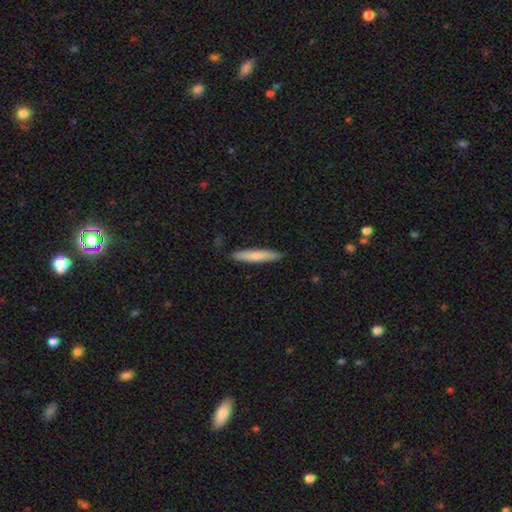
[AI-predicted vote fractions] Smooth or featured? Predicted: smooth (p=0.74). How rounded? Predicted: cigar-shaped (p=0.93). Merging? Predicted: none (p=0.88).